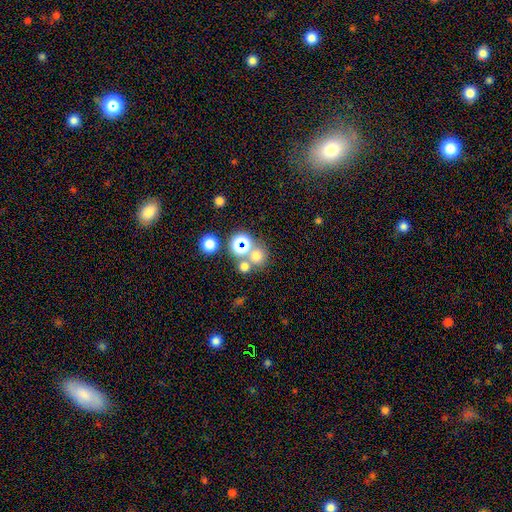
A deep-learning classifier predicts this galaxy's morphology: smooth_or_featured: smooth (p=0.62) [alt: star or artifact p=0.28]
how_rounded: round (p=0.87) [alt: in between p=0.12]
merging: none (p=0.60) [alt: merger p=0.29]